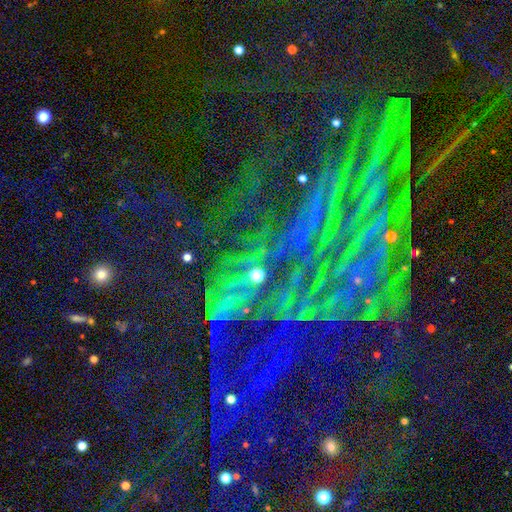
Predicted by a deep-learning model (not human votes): The model was most divided on "smooth or featured": star or artifact: 80%, featured or disk: 12%, smooth: 9%.